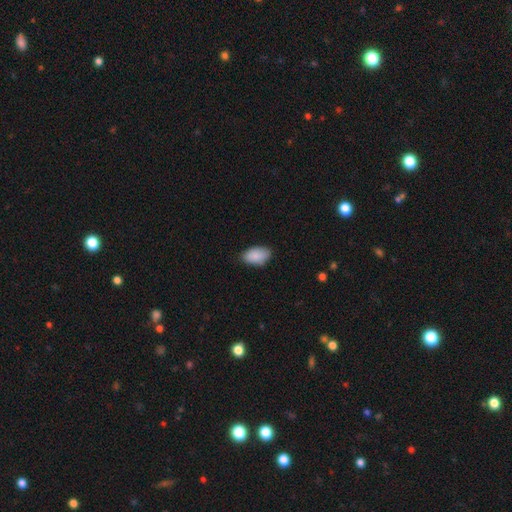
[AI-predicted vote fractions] A smooth galaxy with no disk features (88%) that is in between round and cigar-shaped (94%).

Vote fractions:
- Smooth or featured? smooth: 88% / star or artifact: 6% / featured or disk: 5%
- How rounded? in between: 94% / round: 4% / cigar-shaped: 2%
- Merging? none: 81% / minor disturbance: 16% / major disturbance: 2% / merger: 1%